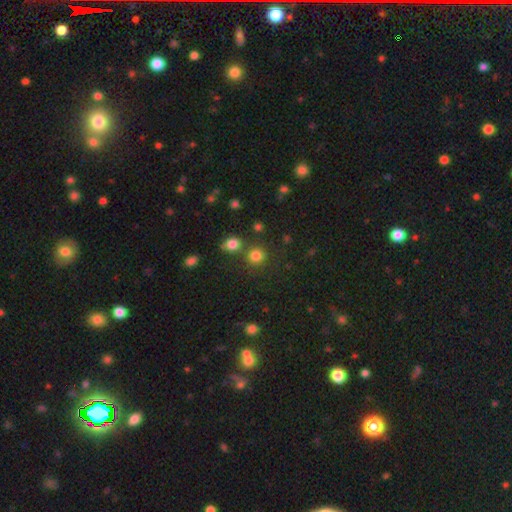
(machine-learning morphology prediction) smooth-or-featured: smooth: 81% | star or artifact: 14% | featured or disk: 5%
  how-rounded: round: 90% | in between: 10% | cigar-shaped: 1%
  merging: none: 75% | merger: 13% | minor disturbance: 8% | major disturbance: 4%